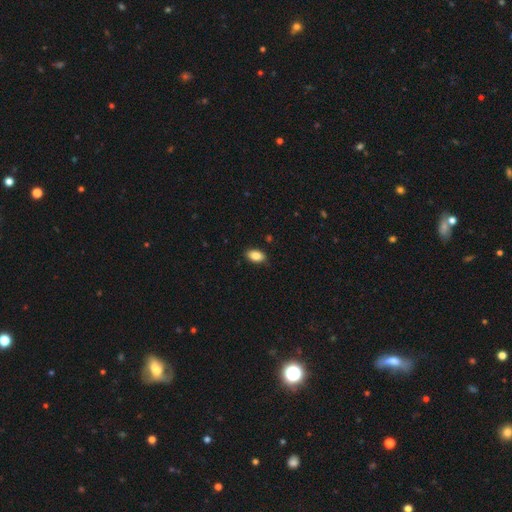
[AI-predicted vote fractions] Morphology: type=smooth (86%); roundness=in between (91%); merging=none (84%).